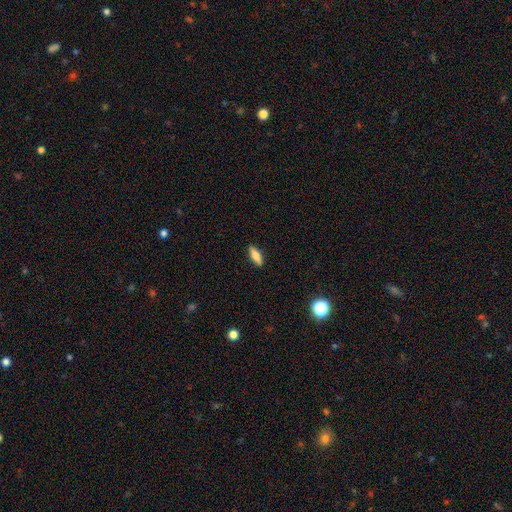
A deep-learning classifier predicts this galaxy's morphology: The model was most divided on "how rounded": in between: 51%, cigar-shaped: 46%, round: 3%. More confident: merging — none (89%); smooth or featured — smooth (70%).